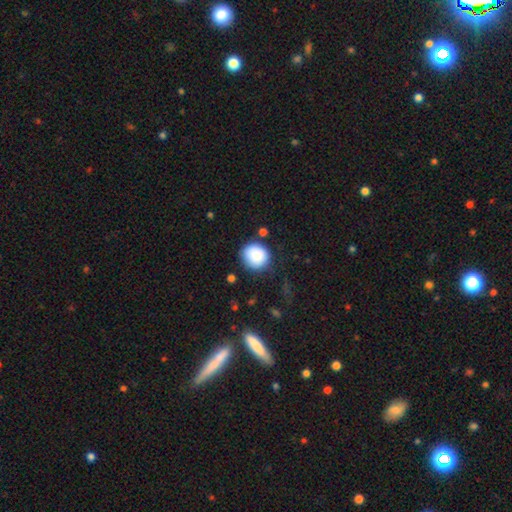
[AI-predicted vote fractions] Smooth or featured? Predicted: smooth (p=0.86). How rounded? Predicted: round (p=0.87). Merging? Predicted: none (p=0.75).